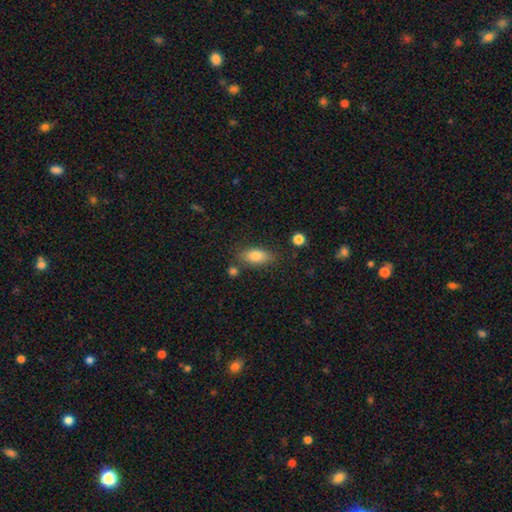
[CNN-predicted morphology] smooth_or_featured: smooth (p=0.80) [alt: featured or disk p=0.12]
how_rounded: in between (p=0.85) [alt: cigar-shaped p=0.10]
merging: none (p=0.76) [alt: minor disturbance p=0.15]